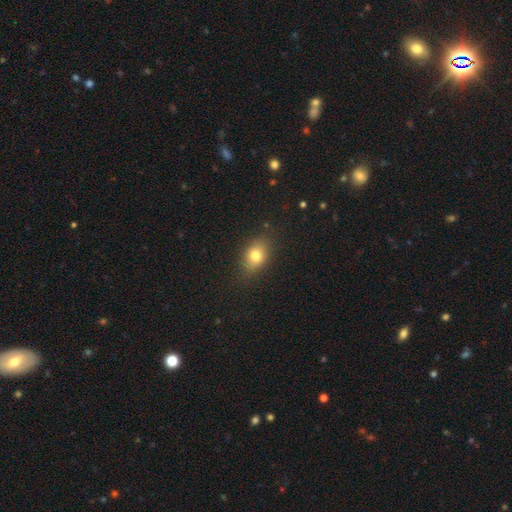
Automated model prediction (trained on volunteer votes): Q: Smooth or featured?
A: smooth (76%); runner-up: featured or disk (13%)
Q: How rounded?
A: in between (76%); runner-up: round (21%)
Q: Merging?
A: none (82%); runner-up: minor disturbance (13%)